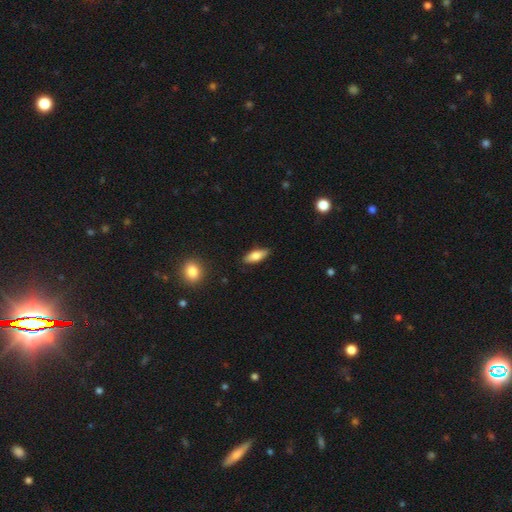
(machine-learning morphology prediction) smooth-or-featured: smooth: 75% | featured or disk: 18% | star or artifact: 7%
  how-rounded: in between: 74% | cigar-shaped: 24% | round: 3%
  merging: none: 86% | minor disturbance: 11% | major disturbance: 2% | merger: 1%